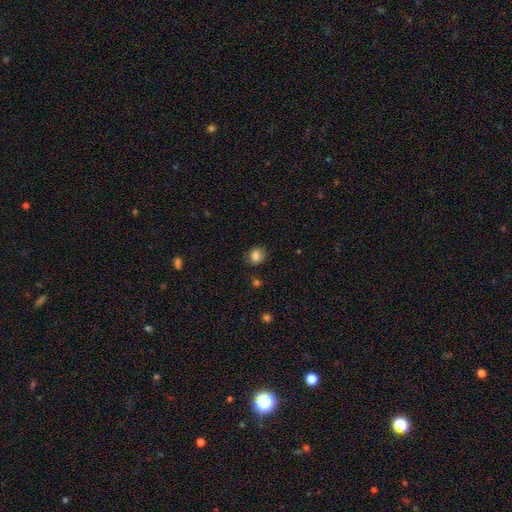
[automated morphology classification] type=smooth (82%); roundness=round (63%); merging=none (76%).